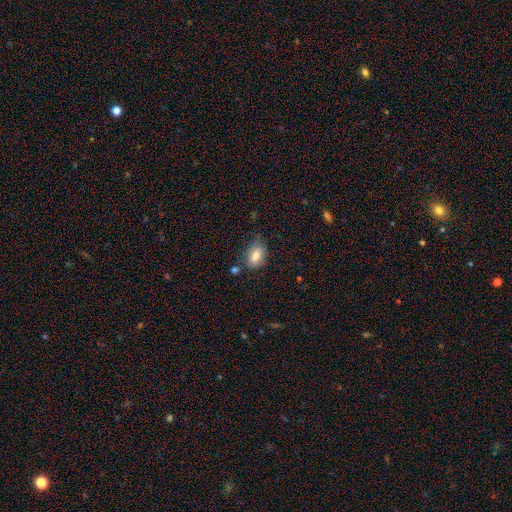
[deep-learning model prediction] smooth 79%, featured or disk 13%, star or artifact 8%. Down the decision tree: how rounded — in between (84%); merging — none (64%).